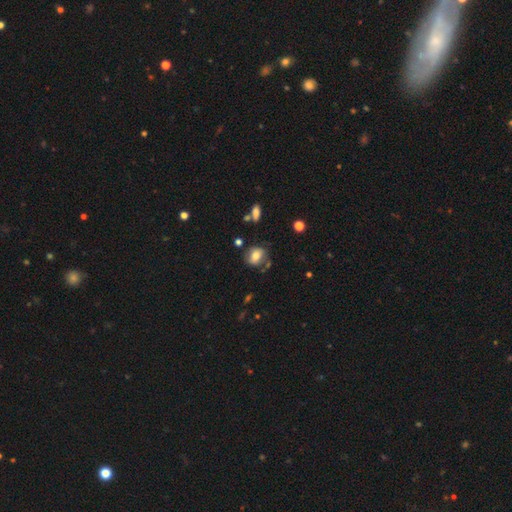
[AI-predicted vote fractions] Smooth or featured? Predicted: smooth (p=0.68). How rounded? Predicted: round (p=0.53). Merging? Predicted: none (p=0.66).